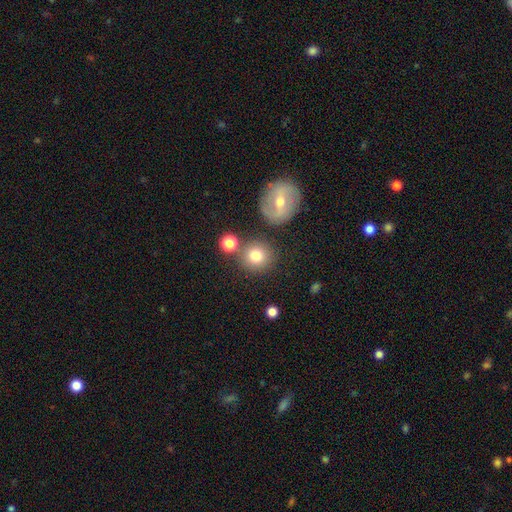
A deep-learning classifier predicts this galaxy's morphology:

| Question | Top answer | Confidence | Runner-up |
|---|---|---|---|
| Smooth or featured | smooth | 78% | star or artifact (11%) |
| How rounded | round | 90% | in between (9%) |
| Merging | none | 74% | merger (12%) |